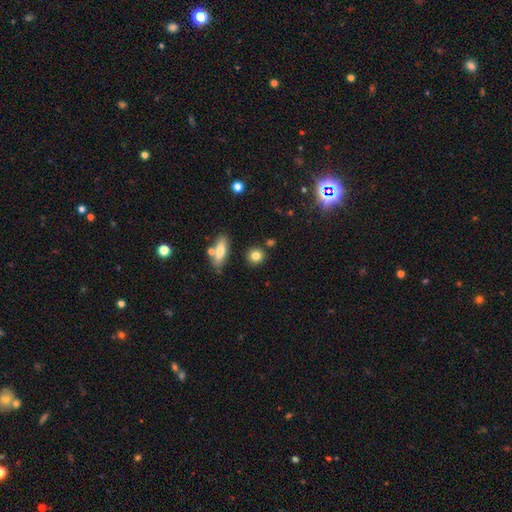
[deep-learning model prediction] smooth 80%, star or artifact 10%, featured or disk 10%. Down the decision tree: how rounded — round (83%); merging — none (82%).